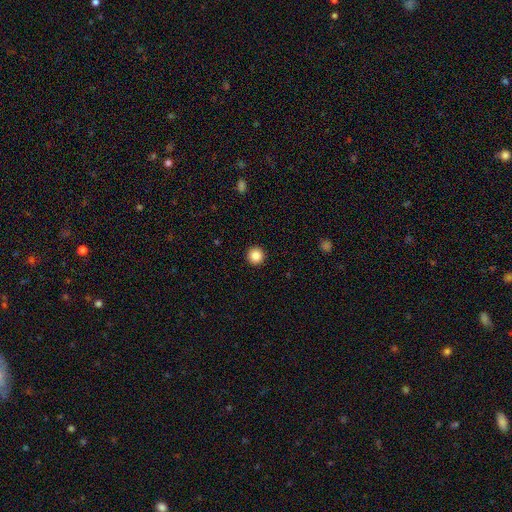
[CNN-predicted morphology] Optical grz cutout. It shows a smooth galaxy with no disk features (87%) that is round (96%). Merging: none (94%).